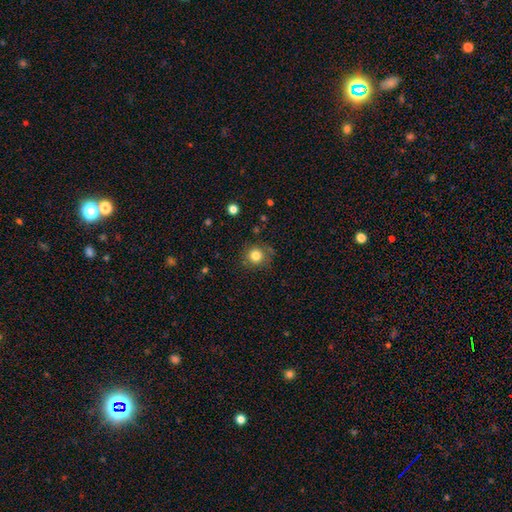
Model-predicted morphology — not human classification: The model was most divided on "merging": none: 81%, minor disturbance: 13%, major disturbance: 4%, merger: 2%. More confident: how rounded — round (91%); smooth or featured — smooth (81%).